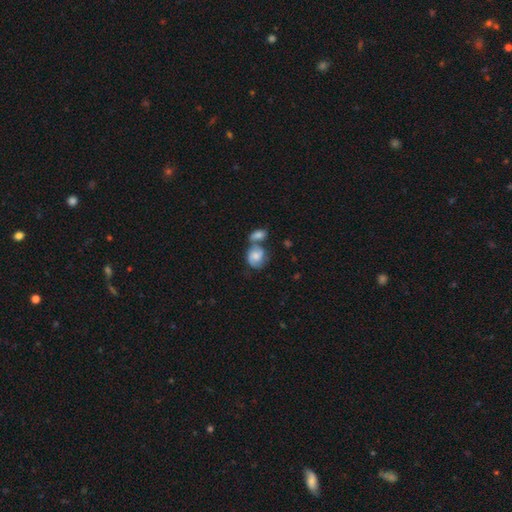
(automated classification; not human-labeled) This appears to be a smooth galaxy with no disk features (54%) that is round (54%). Merging: merger (47%).